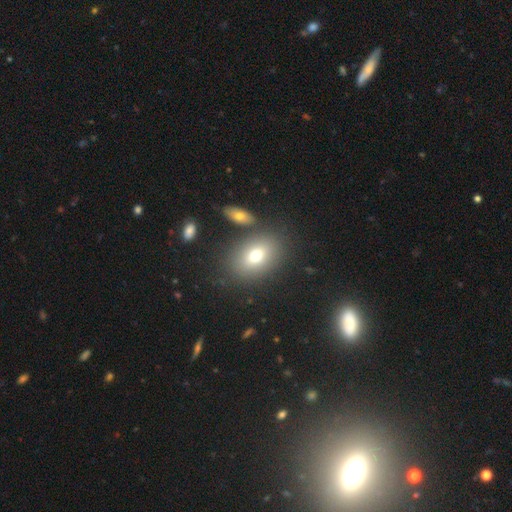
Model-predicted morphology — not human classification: The model was most divided on "how rounded": in between: 74%, round: 25%, cigar-shaped: 2%. More confident: merging — none (76%); smooth or featured — smooth (71%).